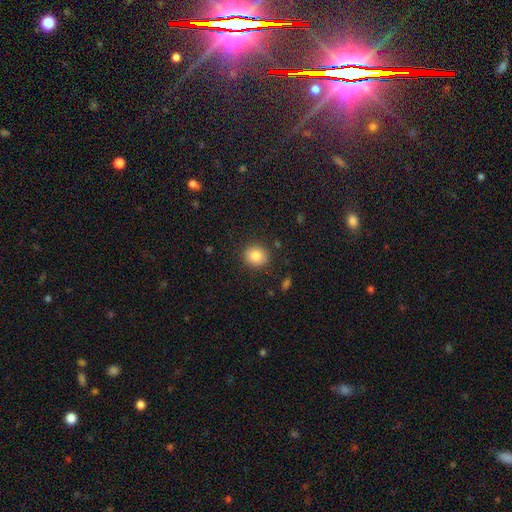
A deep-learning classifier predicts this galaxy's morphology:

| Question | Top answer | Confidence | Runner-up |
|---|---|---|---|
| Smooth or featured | smooth | 82% | star or artifact (10%) |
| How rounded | round | 81% | in between (18%) |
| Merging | none | 87% | minor disturbance (9%) |